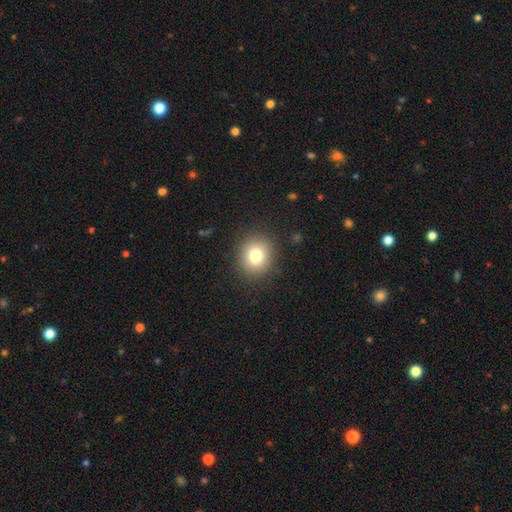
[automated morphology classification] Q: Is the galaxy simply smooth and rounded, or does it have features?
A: smooth — 78%.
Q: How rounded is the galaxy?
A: round — 81%.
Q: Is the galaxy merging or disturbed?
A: none — 89%.